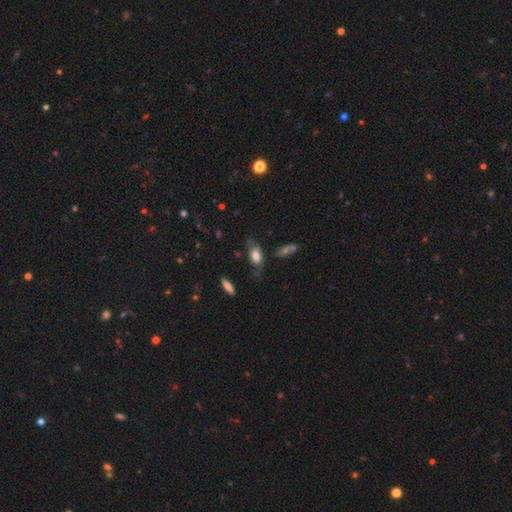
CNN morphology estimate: Smooth or featured? Predicted: smooth (p=0.69). How rounded? Predicted: in between (p=0.86). Merging? Predicted: none (p=0.55).